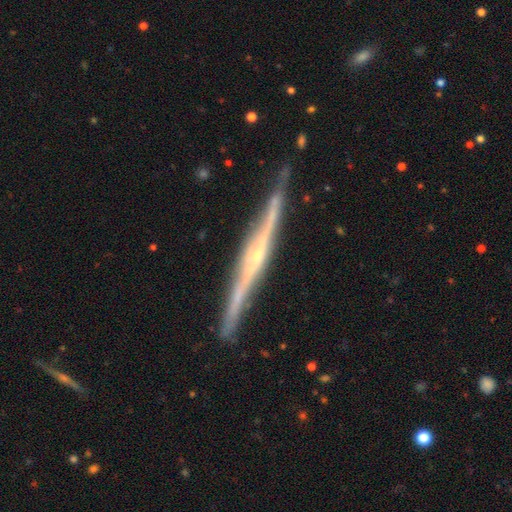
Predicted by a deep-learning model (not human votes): The model was most divided on "edge-on bulge": rounded: 58%, none: 32%, boxy: 10%. More confident: edge-on disk — yes (97%); smooth or featured — featured or disk (85%); merging — none (84%).